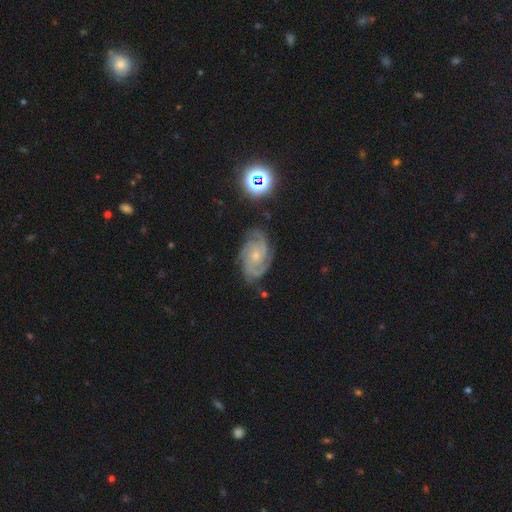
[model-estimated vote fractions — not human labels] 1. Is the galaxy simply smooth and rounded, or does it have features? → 87% featured or disk, 7% star or artifact, 6% smooth.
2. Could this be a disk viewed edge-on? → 98% no, 2% yes.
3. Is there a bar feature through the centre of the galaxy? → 72% no, 23% weak, 5% strong.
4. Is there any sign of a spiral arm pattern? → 98% yes, 2% no.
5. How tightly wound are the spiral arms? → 63% tight, 33% medium, 5% loose.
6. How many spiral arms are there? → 47% 3, 16% 2, 15% 4, 11% can't tell, 5% more than 4, 5% 1.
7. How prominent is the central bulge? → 67% small, 28% moderate, 3% none, 1% large, 1% dominant.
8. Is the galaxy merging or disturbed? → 77% none, 17% minor disturbance, 5% major disturbance, 2% merger.